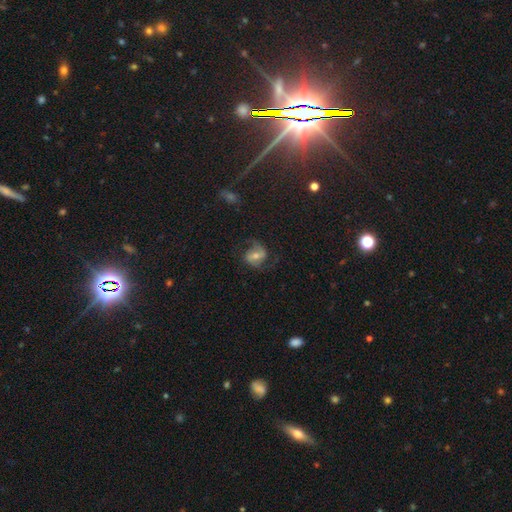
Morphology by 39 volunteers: A featured or disk galaxy (74%) with a weak bar (76%), 2 (92%) medium (62%) spiral arms (83%) and a moderate central bulge (62%). Merging: none (69%).